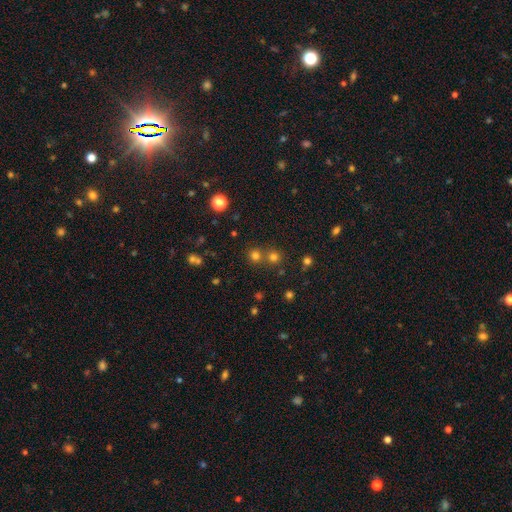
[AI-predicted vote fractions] smooth_or_featured: smooth (p=0.69) [alt: star or artifact p=0.24]
how_rounded: round (p=0.91) [alt: in between p=0.08]
merging: none (p=0.66) [alt: merger p=0.26]